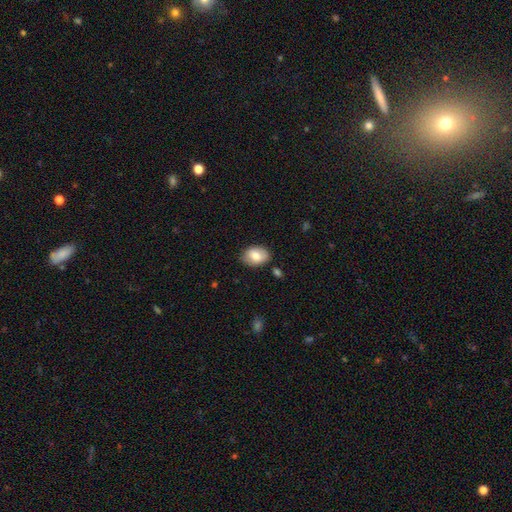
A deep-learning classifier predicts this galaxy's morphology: smooth-or-featured: smooth: 79% | featured or disk: 14% | star or artifact: 7%
  how-rounded: in between: 81% | round: 18% | cigar-shaped: 1%
  merging: none: 82% | minor disturbance: 13% | major disturbance: 3% | merger: 2%